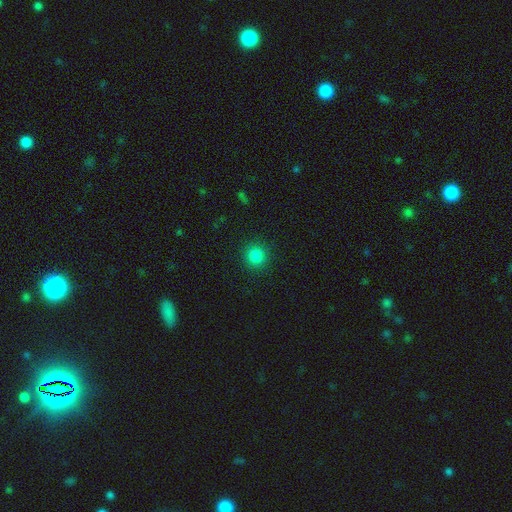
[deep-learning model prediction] Overall: smooth (84%). How rounded: round (94%). Merging: none (91%).